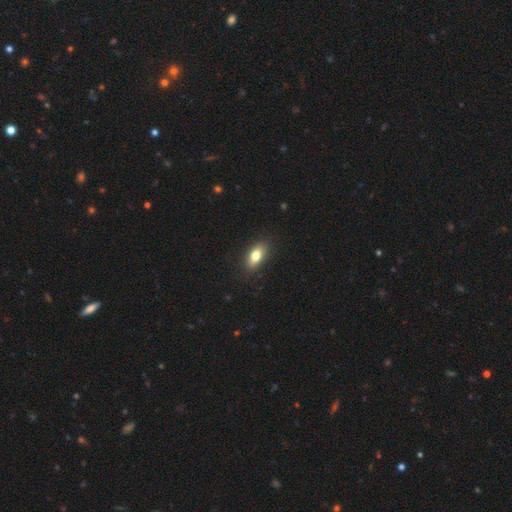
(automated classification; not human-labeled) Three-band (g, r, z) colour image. It shows a smooth galaxy with no disk features (78%) that is in between round and cigar-shaped (84%). Merging: none (86%).